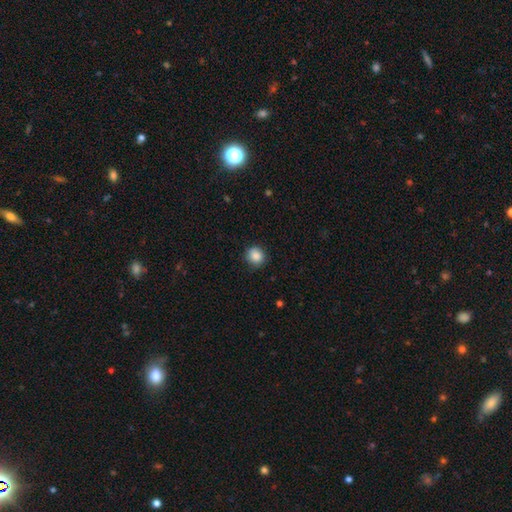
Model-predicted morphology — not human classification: Smooth or featured?
  - smooth: 87% *
  - star or artifact: 9%
  - featured or disk: 4%
How rounded?
  - round: 89% *
  - in between: 10%
  - cigar-shaped: 1%
Merging?
  - none: 86% *
  - minor disturbance: 10%
  - major disturbance: 2%
  - merger: 1%